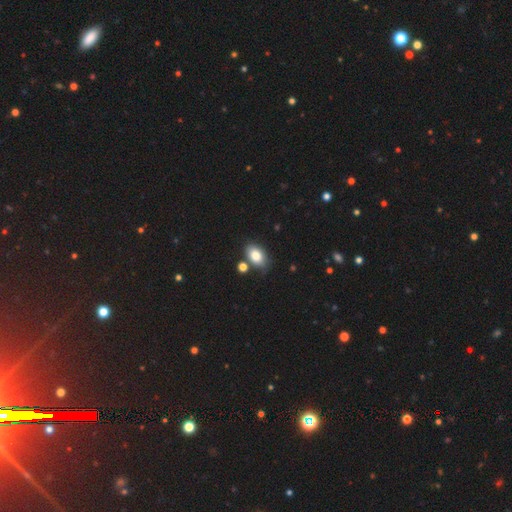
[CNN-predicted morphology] A smooth galaxy with no disk features (82%) that is in between round and cigar-shaped (87%). Merging: none (72%).